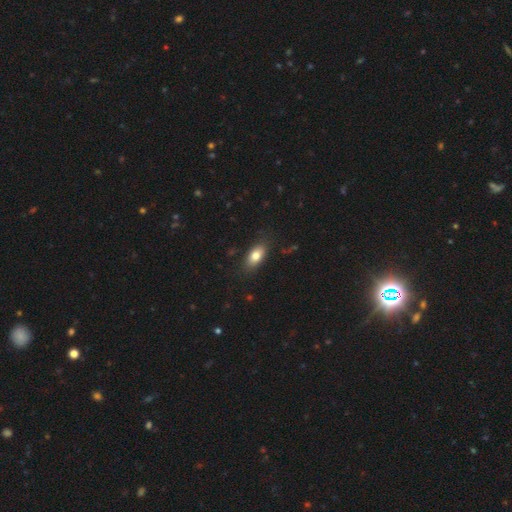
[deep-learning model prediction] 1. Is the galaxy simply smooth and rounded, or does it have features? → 79% smooth, 13% featured or disk, 8% star or artifact.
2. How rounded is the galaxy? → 87% in between, 7% cigar-shaped, 6% round.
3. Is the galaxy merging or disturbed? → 82% none, 13% minor disturbance, 4% major disturbance, 1% merger.